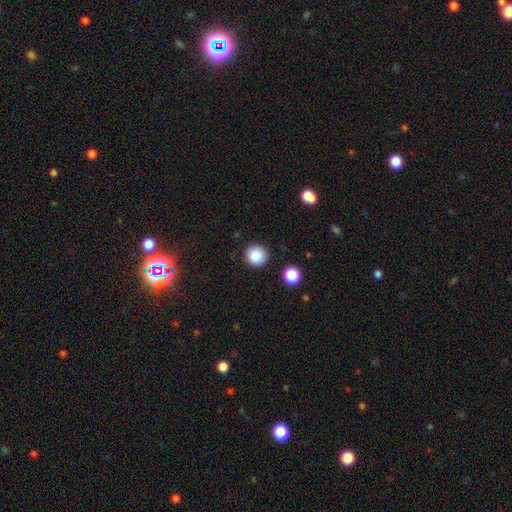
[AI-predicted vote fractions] The model was most divided on "smooth or featured": smooth: 87%, star or artifact: 10%, featured or disk: 4%. More confident: how rounded — round (93%); merging — none (88%).